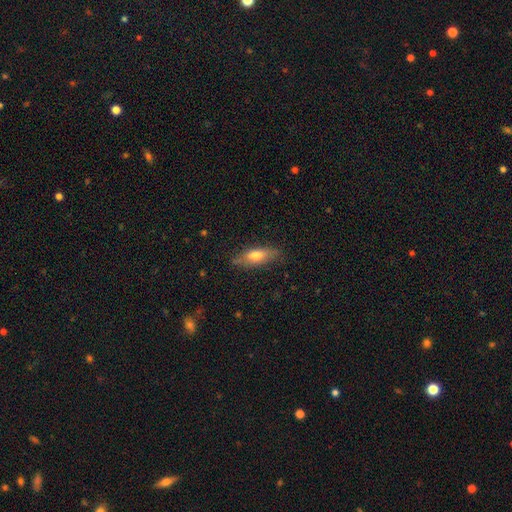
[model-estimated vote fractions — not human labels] Smooth or featured? smooth (62%)
How rounded? in between (57%)
Merging? none (77%)